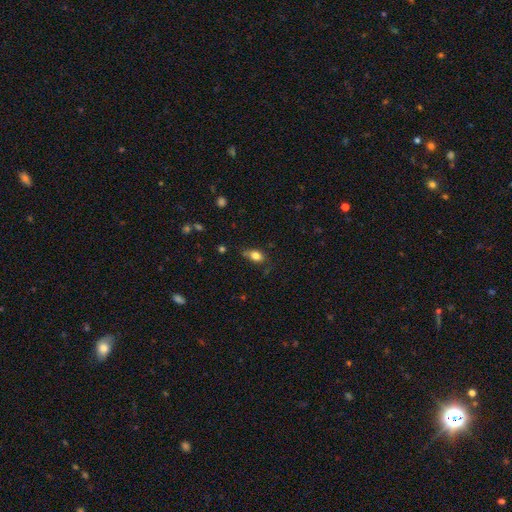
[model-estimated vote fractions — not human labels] smooth_or_featured: smooth (p=0.80) [alt: featured or disk p=0.11]
how_rounded: in between (p=0.80) [alt: round p=0.15]
merging: none (p=0.65) [alt: minor disturbance p=0.26]